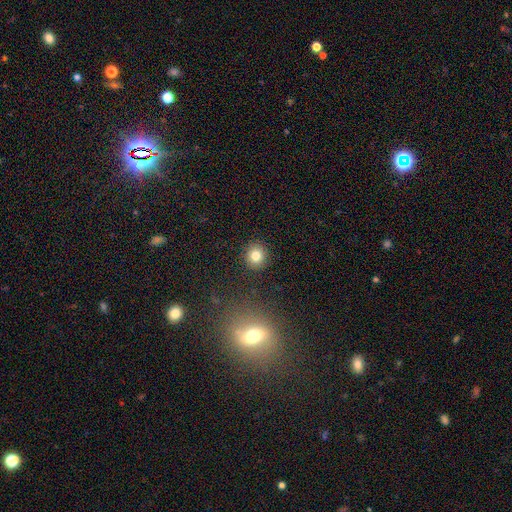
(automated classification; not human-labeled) Q: Smooth or featured?
A: smooth (81%); runner-up: star or artifact (12%)
Q: How rounded?
A: round (90%); runner-up: in between (9%)
Q: Merging?
A: none (91%); runner-up: minor disturbance (6%)